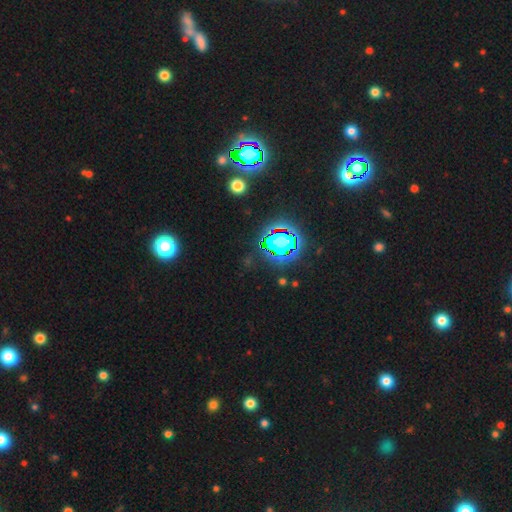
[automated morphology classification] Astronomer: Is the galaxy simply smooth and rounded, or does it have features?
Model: star or artifact — 81%.